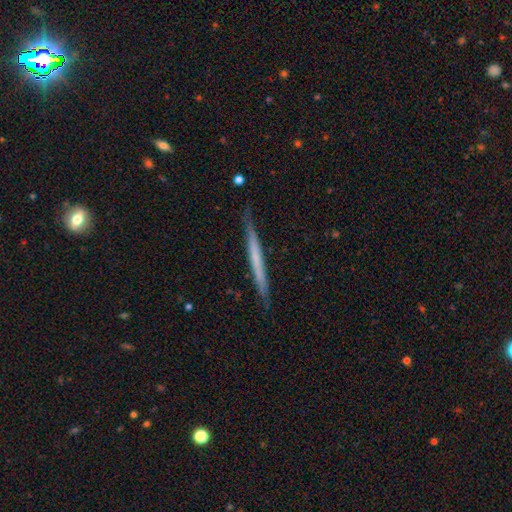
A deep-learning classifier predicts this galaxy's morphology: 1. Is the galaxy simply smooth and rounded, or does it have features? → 51% featured or disk, 43% smooth, 6% star or artifact.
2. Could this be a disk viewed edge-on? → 97% yes, 3% no.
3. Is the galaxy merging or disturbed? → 89% none, 8% minor disturbance, 1% major disturbance, 1% merger.